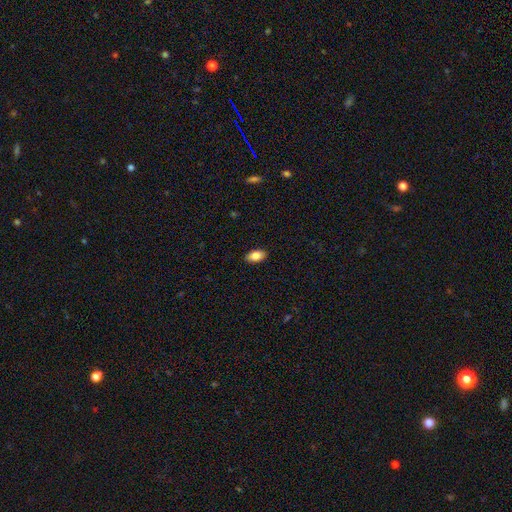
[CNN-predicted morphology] smooth_or_featured: smooth (p=0.85) [alt: featured or disk p=0.08]
how_rounded: in between (p=0.92) [alt: round p=0.05]
merging: none (p=0.89) [alt: minor disturbance p=0.08]